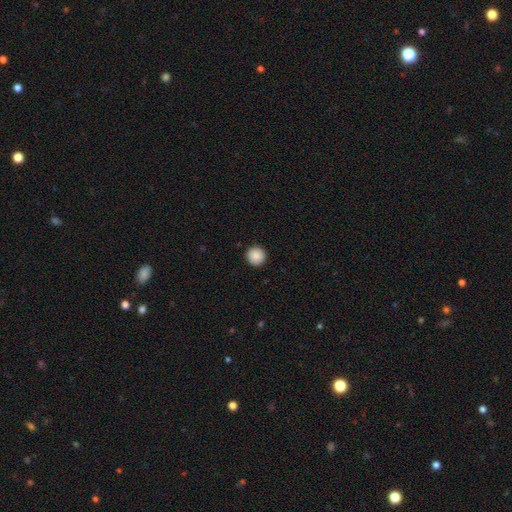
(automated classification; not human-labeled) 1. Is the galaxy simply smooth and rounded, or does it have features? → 89% smooth, 8% star or artifact, 3% featured or disk.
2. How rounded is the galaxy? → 95% round, 5% in between, 1% cigar-shaped.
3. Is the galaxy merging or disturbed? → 93% none, 5% minor disturbance, 2% major disturbance, 1% merger.